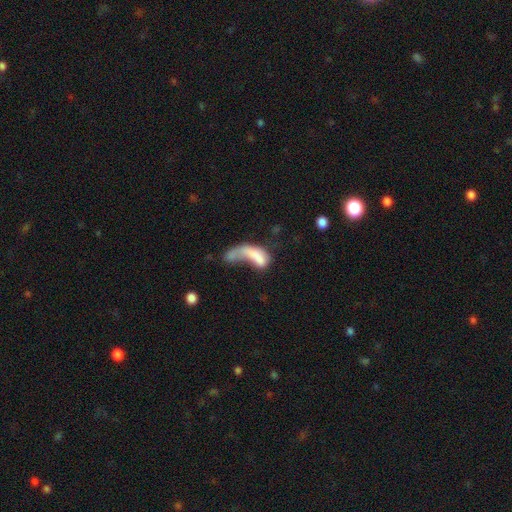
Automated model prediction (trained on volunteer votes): Smooth or featured?
  - smooth: 63% *
  - featured or disk: 27%
  - star or artifact: 9%
How rounded?
  - in between: 70% *
  - cigar-shaped: 24%
  - round: 6%
Merging?
  - major disturbance: 49% *
  - merger: 27%
  - none: 14%
  - minor disturbance: 11%